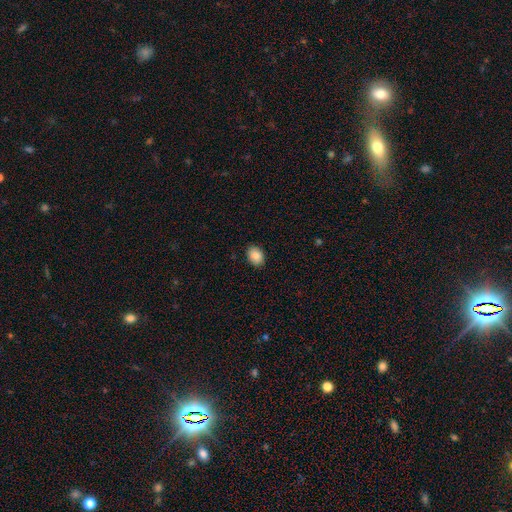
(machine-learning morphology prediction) Smooth or featured? smooth (87%)
How rounded? in between (68%)
Merging? none (89%)